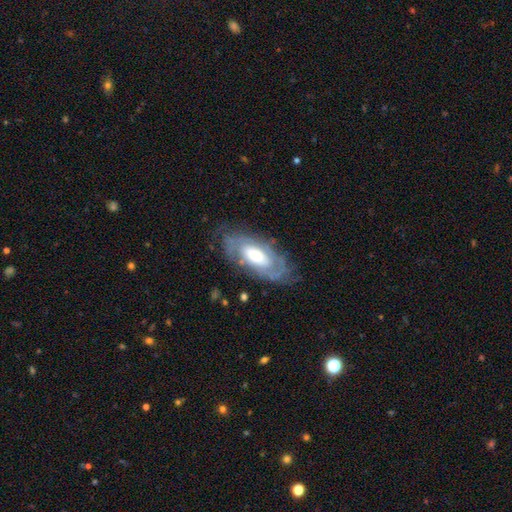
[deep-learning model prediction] smooth_or_featured: featured or disk (p=0.72) [alt: smooth p=0.22]
disk_edge_on: no (p=0.91) [alt: yes p=0.09]
bar: no (p=0.71) [alt: weak p=0.21]
has_spiral_arms: yes (p=0.77) [alt: no p=0.23]
spiral_winding: tight (p=0.63) [alt: medium p=0.26]
spiral_arm_count: can't tell (p=0.48) [alt: 2 p=0.34]
bulge_size: moderate (p=0.48) [alt: small p=0.25]
merging: none (p=0.70) [alt: minor disturbance p=0.19]